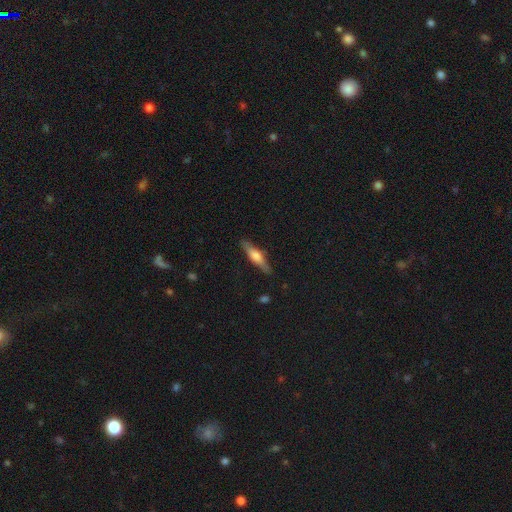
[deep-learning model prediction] featured or disk 53%, smooth 41%, star or artifact 6%. Down the decision tree: edge-on disk — yes (94%); merging — none (86%).